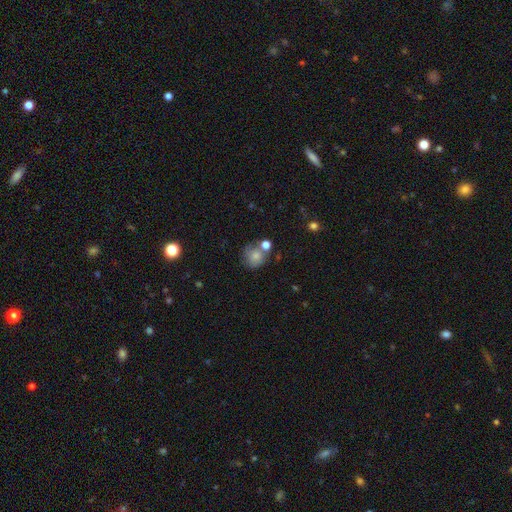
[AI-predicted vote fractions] Morphology: type=smooth (73%); roundness=round (83%); merging=none (51%).